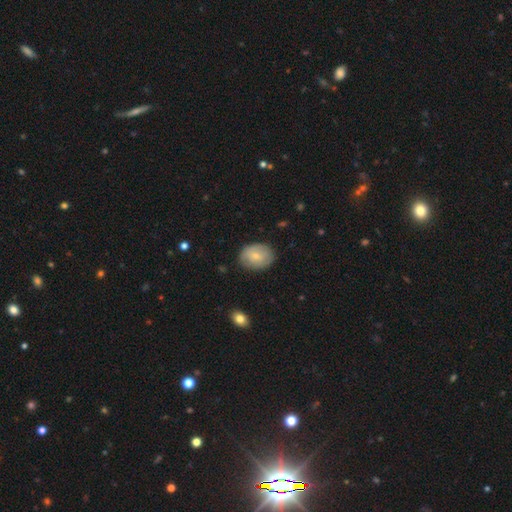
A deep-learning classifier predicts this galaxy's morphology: smooth-or-featured: smooth: 64% | featured or disk: 29% | star or artifact: 7%
  how-rounded: in between: 66% | round: 33% | cigar-shaped: 1%
  merging: none: 80% | minor disturbance: 16% | major disturbance: 3% | merger: 1%